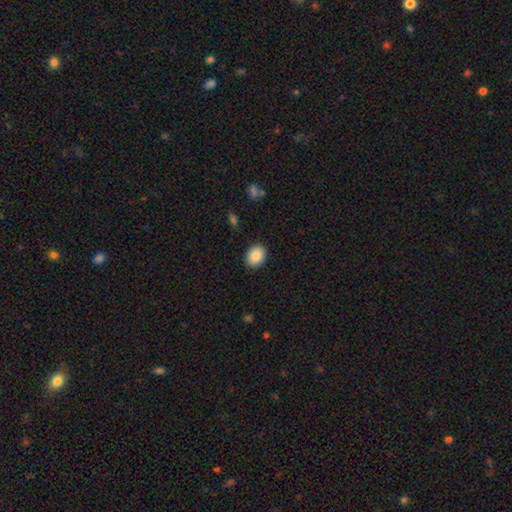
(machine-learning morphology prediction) smooth 88%, star or artifact 8%, featured or disk 4%. Down the decision tree: how rounded — in between (50%); merging — none (89%).